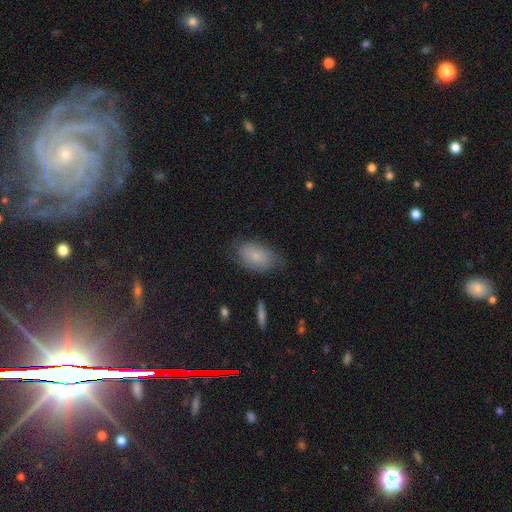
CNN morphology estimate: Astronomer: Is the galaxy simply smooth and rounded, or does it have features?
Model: smooth — 72%.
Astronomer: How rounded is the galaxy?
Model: in between — 91%.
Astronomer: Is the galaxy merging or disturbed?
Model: none — 62%.